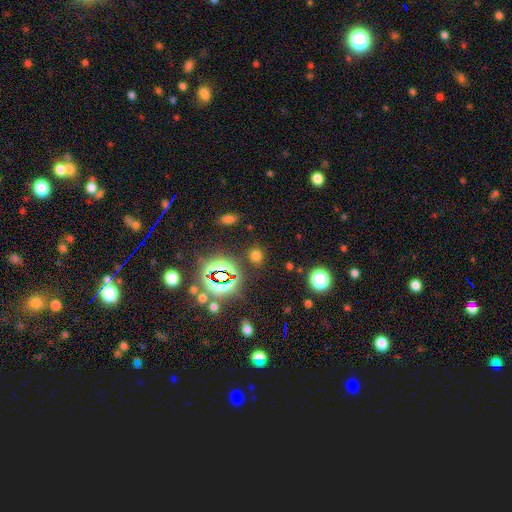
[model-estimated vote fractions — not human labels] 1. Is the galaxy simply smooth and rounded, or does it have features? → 59% smooth, 34% star or artifact, 6% featured or disk.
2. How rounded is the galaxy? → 69% round, 29% in between, 2% cigar-shaped.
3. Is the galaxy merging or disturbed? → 84% none, 8% minor disturbance, 4% merger, 4% major disturbance.